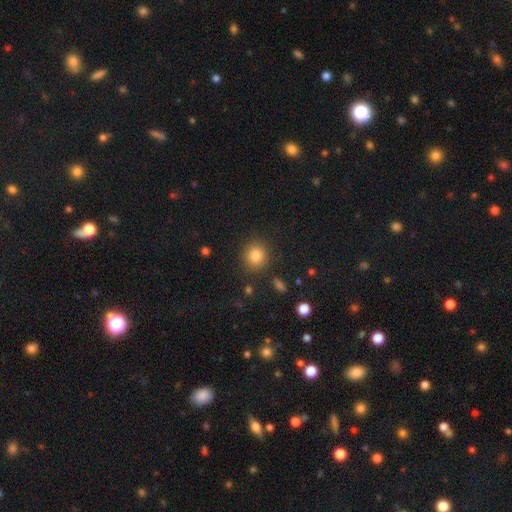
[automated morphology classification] smooth_or_featured: smooth (p=0.84) [alt: star or artifact p=0.10]
how_rounded: round (p=0.87) [alt: in between p=0.12]
merging: none (p=0.87) [alt: minor disturbance p=0.08]